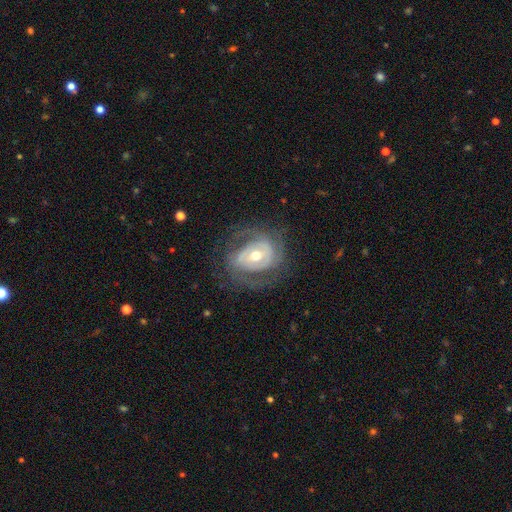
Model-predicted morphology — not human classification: smooth_or_featured: featured or disk (p=0.79) [alt: smooth p=0.15]
disk_edge_on: no (p=0.96) [alt: yes p=0.04]
bar: no (p=0.47) [alt: weak p=0.35]
has_spiral_arms: yes (p=0.77) [alt: no p=0.23]
spiral_winding: tight (p=0.52) [alt: medium p=0.33]
spiral_arm_count: 2 (p=0.44) [alt: can't tell p=0.32]
bulge_size: moderate (p=0.67) [alt: small p=0.27]
merging: none (p=0.64) [alt: minor disturbance p=0.19]